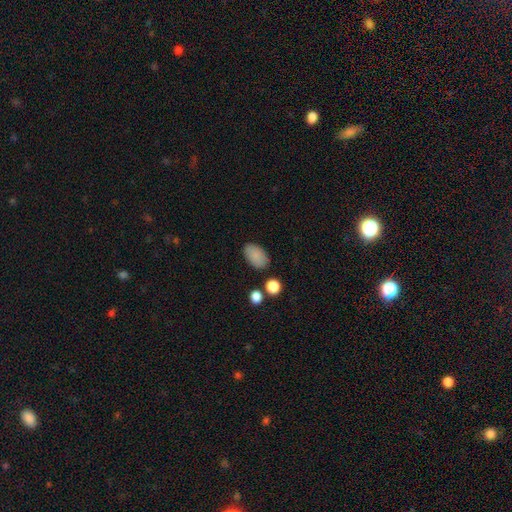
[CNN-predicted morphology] smooth_or_featured: smooth (p=0.87) [alt: star or artifact p=0.08]
how_rounded: in between (p=0.92) [alt: round p=0.06]
merging: none (p=0.83) [alt: minor disturbance p=0.11]